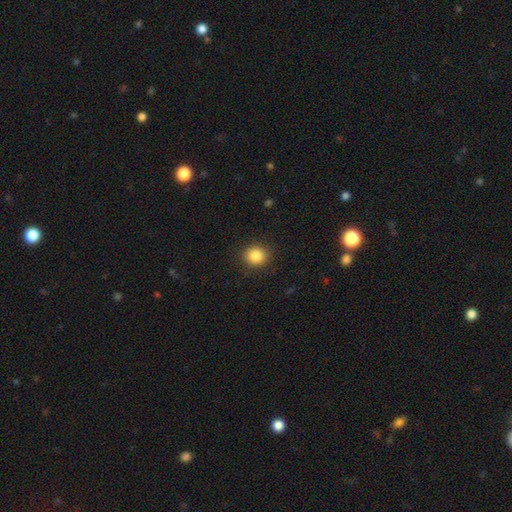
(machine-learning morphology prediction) smooth 85%, star or artifact 10%, featured or disk 5%. Down the decision tree: how rounded — round (84%); merging — none (89%).